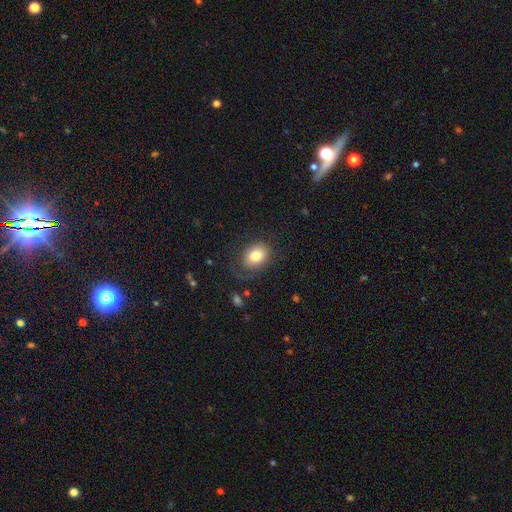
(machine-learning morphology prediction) The model was most divided on "how rounded": in between: 68%, round: 31%, cigar-shaped: 1%. More confident: smooth or featured — smooth (78%); merging — none (65%).